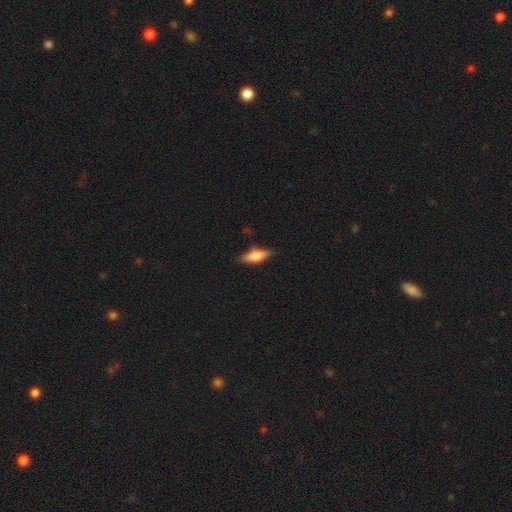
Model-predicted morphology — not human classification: A smooth galaxy with no disk features (54%) that is in between round and cigar-shaped (51%). Merging: none (81%).